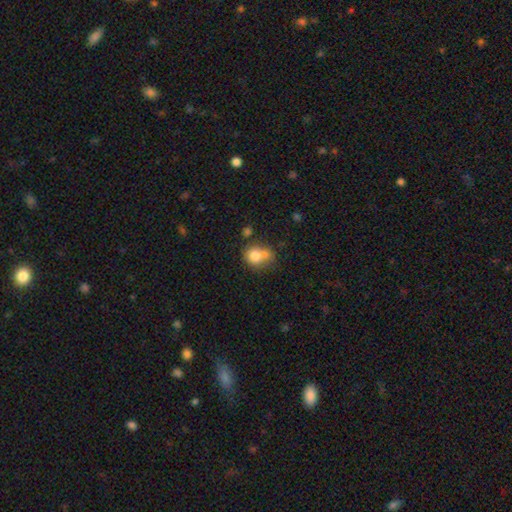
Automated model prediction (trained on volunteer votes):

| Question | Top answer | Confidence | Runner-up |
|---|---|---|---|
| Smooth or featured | smooth | 77% | featured or disk (13%) |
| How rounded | round | 65% | in between (34%) |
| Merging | merger | 41% | none (36%) |